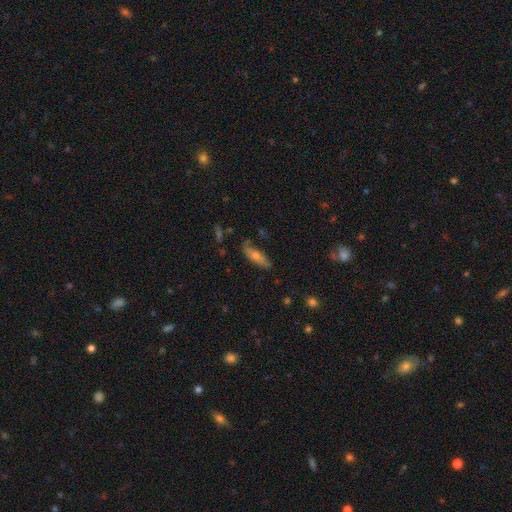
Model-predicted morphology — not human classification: Smooth or featured? smooth (54%)
How rounded? cigar-shaped (56%)
Merging? none (76%)